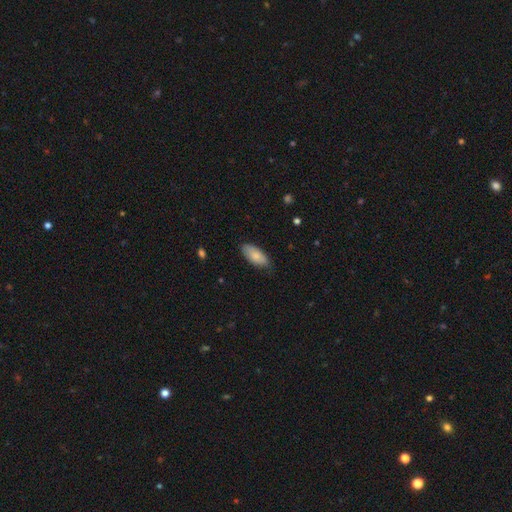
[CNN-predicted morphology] Smooth or featured? smooth (82%)
How rounded? in between (88%)
Merging? none (75%)